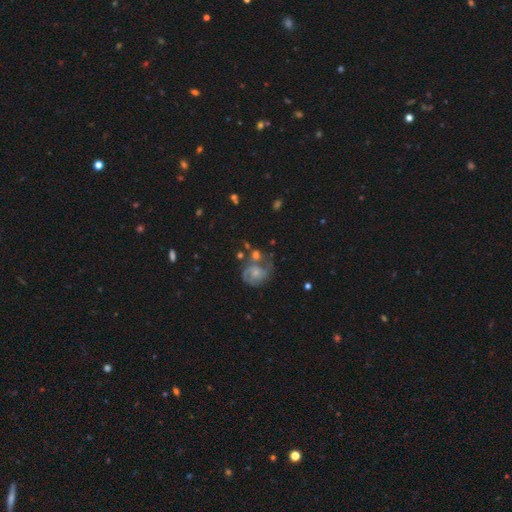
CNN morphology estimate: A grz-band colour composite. It shows a featured or disk galaxy (38%). Merging: none (45%).